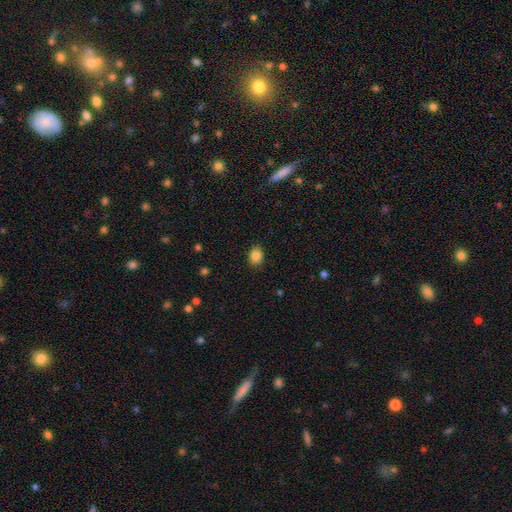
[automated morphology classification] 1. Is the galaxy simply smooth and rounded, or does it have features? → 86% smooth, 10% star or artifact, 5% featured or disk.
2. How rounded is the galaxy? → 53% in between, 46% round, 1% cigar-shaped.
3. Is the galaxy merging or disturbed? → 87% none, 10% minor disturbance, 2% major disturbance, 1% merger.